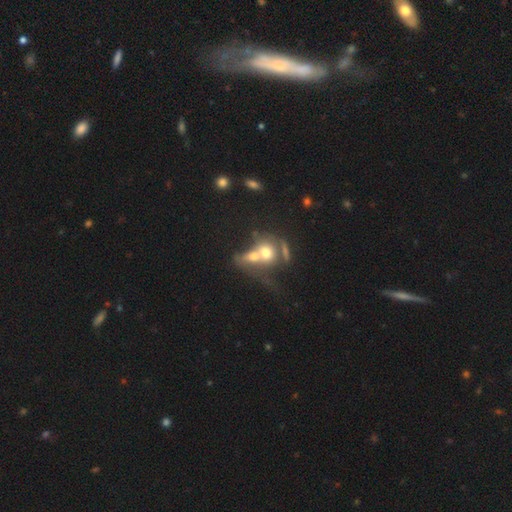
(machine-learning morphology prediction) Q: Smooth or featured?
A: smooth (46%); runner-up: featured or disk (40%)
Q: Merging?
A: merger (74%); runner-up: none (12%)